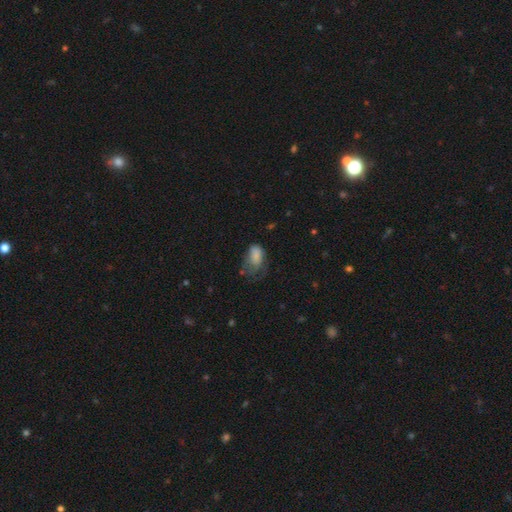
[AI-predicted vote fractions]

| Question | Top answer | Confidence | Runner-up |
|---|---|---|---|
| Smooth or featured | smooth | 77% | featured or disk (14%) |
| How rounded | in between | 89% | round (9%) |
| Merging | major disturbance | 42% | minor disturbance (32%) |